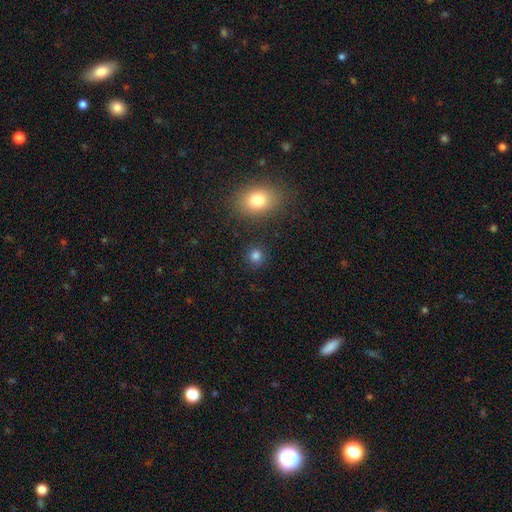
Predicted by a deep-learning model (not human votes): Smooth or featured? smooth (82%)
How rounded? round (88%)
Merging? none (88%)